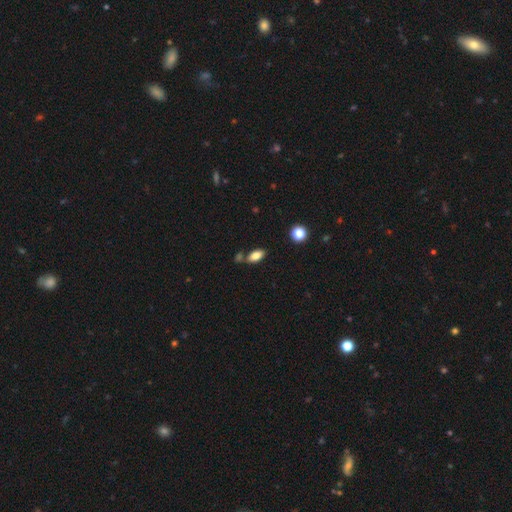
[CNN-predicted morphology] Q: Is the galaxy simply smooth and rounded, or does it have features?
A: smooth — 81%.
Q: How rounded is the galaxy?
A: in between — 89%.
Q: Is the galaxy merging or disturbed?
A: none — 68%.